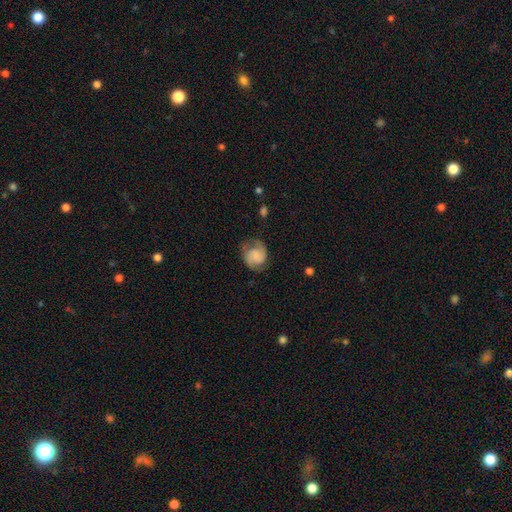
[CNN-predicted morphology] This is possibly a featured or disk galaxy (51%). It is clearly not viewed edge-on (98%). Merging: possibly none (59%).